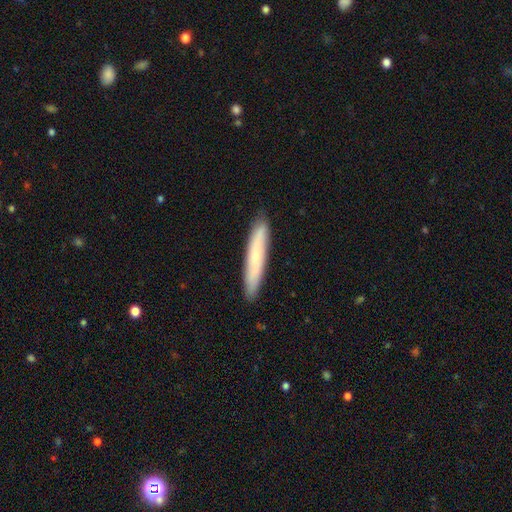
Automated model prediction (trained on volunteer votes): Smooth or featured? Predicted: smooth (p=0.61). How rounded? Predicted: cigar-shaped (p=0.92). Merging? Predicted: none (p=0.89).